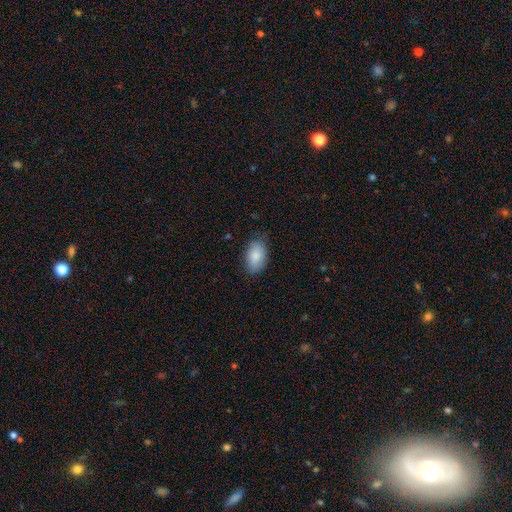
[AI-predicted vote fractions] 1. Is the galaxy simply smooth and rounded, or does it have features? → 86% smooth, 8% featured or disk, 6% star or artifact.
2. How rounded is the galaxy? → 93% in between, 6% round, 2% cigar-shaped.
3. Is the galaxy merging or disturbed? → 76% none, 19% minor disturbance, 4% major disturbance, 1% merger.